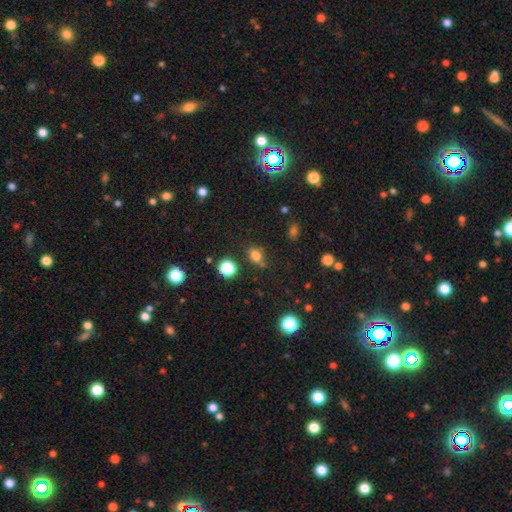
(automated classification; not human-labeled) Morphology: type=smooth (76%); roundness=in between (51%); merging=none (65%).